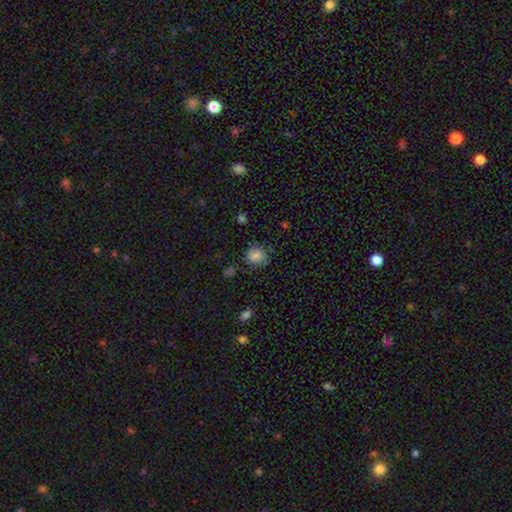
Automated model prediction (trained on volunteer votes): This is clearly a smooth galaxy (81%). How rounded: likely round (74%). Merging: likely none (71%).